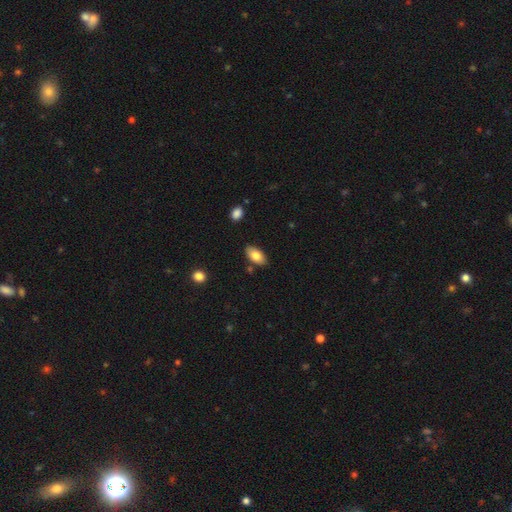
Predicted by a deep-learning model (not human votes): Morphology: type=smooth (81%); roundness=in between (94%); merging=none (83%).